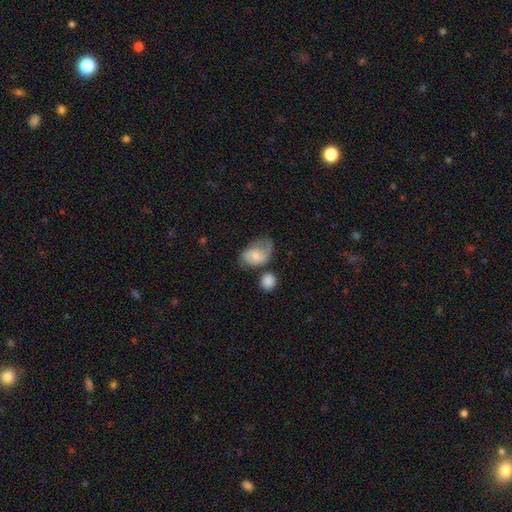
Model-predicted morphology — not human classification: smooth_or_featured: smooth (p=0.57) [alt: featured or disk p=0.36]
how_rounded: in between (p=0.80) [alt: round p=0.19]
merging: none (p=0.34) [alt: minor disturbance p=0.30]